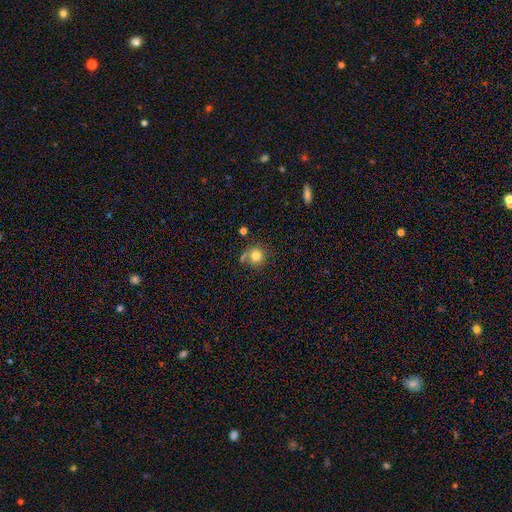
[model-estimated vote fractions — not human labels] A smooth galaxy with no disk features (79%) that is round (89%). Merging: none (65%).